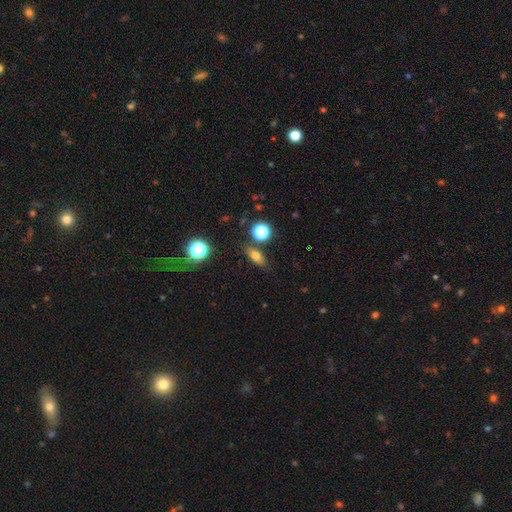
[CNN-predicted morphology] smooth-or-featured: smooth: 68% | featured or disk: 16% | star or artifact: 16%
  how-rounded: in between: 64% | cigar-shaped: 19% | round: 17%
  merging: none: 79% | minor disturbance: 12% | merger: 6% | major disturbance: 4%